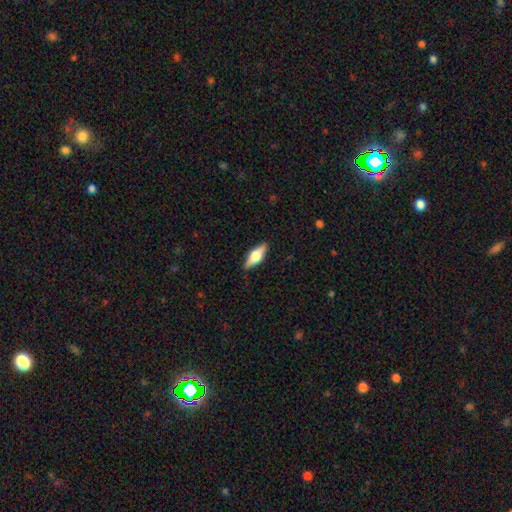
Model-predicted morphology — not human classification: The model was most divided on "smooth or featured": featured or disk: 48%, smooth: 46%, star or artifact: 6%. More confident: merging — none (88%).